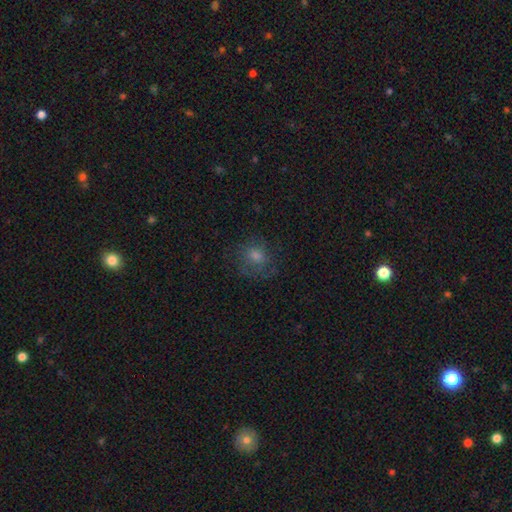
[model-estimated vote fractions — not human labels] Smooth or featured? smooth (56%)
How rounded? round (76%)
Merging? none (68%)